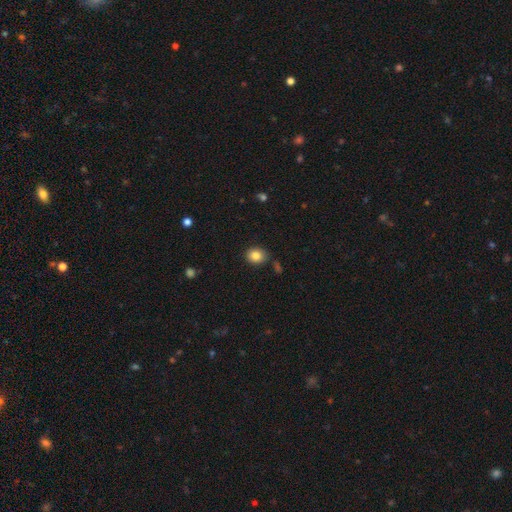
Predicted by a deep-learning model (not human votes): This appears to be a smooth galaxy with no disk features (84%) that is round (64%). Merging: none (84%).